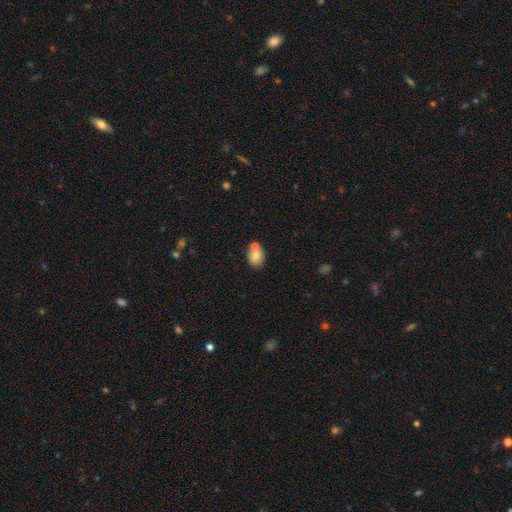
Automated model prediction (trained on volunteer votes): A smooth galaxy with no disk features (75%) that is in between round and cigar-shaped (67%).

Vote fractions:
- Smooth or featured? smooth: 75% / featured or disk: 17% / star or artifact: 8%
- How rounded? in between: 67% / round: 32% / cigar-shaped: 1%
- Merging? none: 52% / merger: 32% / minor disturbance: 13% / major disturbance: 3%